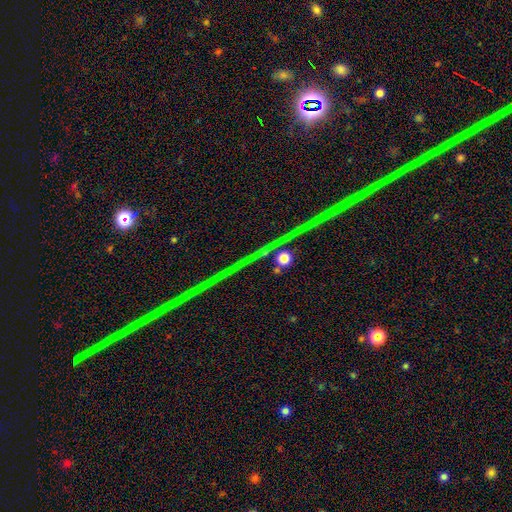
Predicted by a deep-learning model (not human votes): smooth_or_featured: star or artifact (p=0.85) [alt: featured or disk p=0.09]